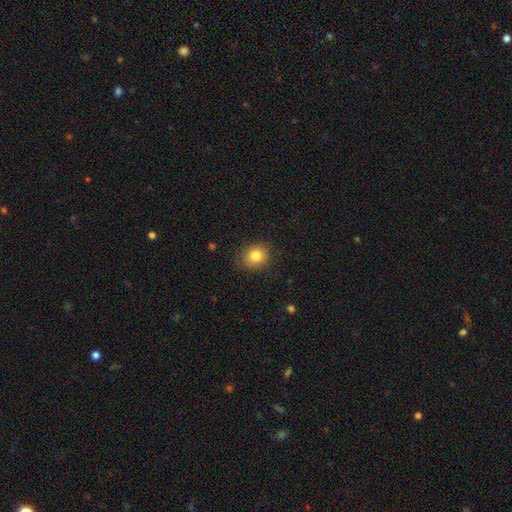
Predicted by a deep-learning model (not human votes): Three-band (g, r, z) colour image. It shows a smooth galaxy with no disk features (83%) that is round (69%). Merging: none (85%).